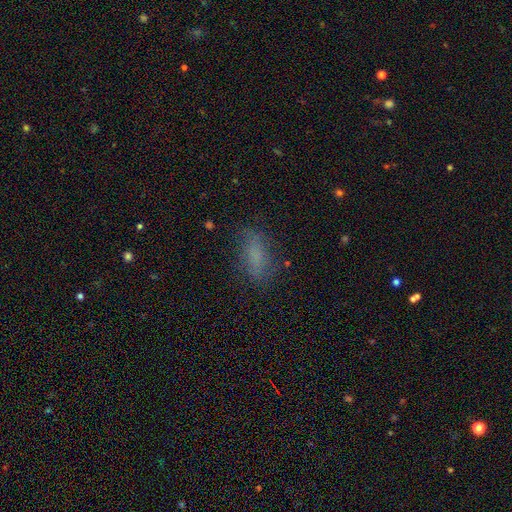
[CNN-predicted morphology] smooth 71%, featured or disk 15%, star or artifact 13%. Down the decision tree: how rounded — in between (73%); merging — none (71%).